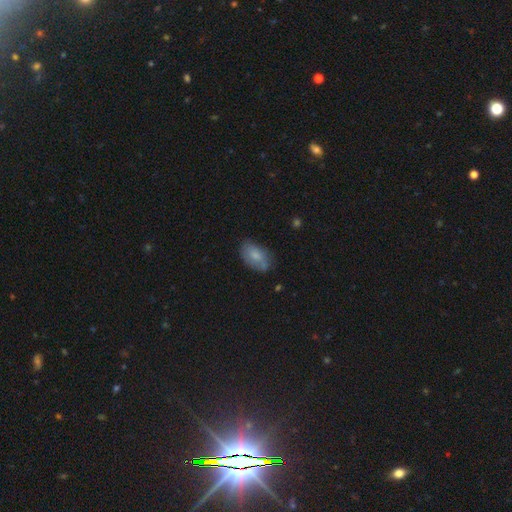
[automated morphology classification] Overall: smooth (74%). How rounded: in between (92%). Merging: none (66%).